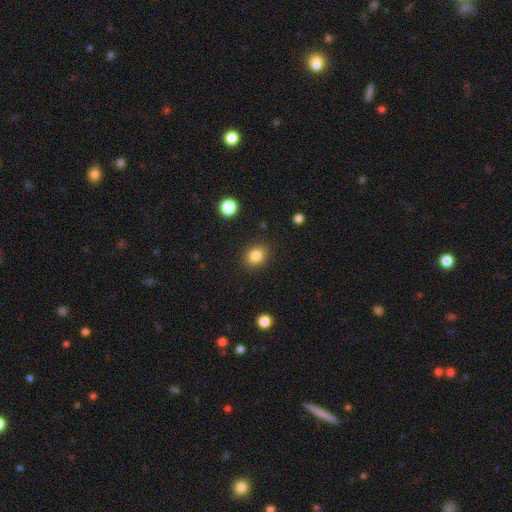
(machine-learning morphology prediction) This is clearly a smooth galaxy (83%). How rounded: possibly round (57%). Merging: clearly none (88%).